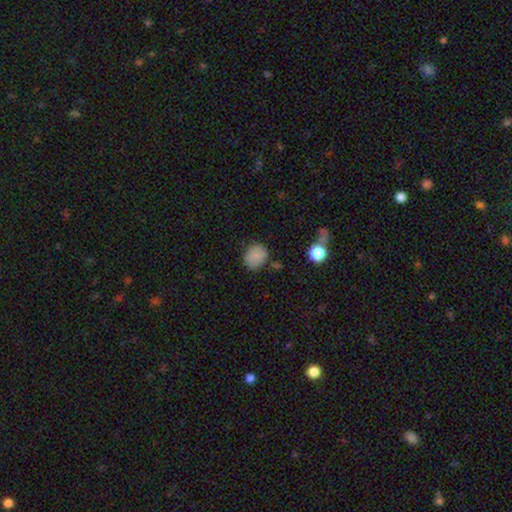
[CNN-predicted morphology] Smooth or featured: smooth — 83% (star or artifact — 11%)
How rounded: round — 62% (in between — 37%)
Merging: none — 74% (minor disturbance — 18%)